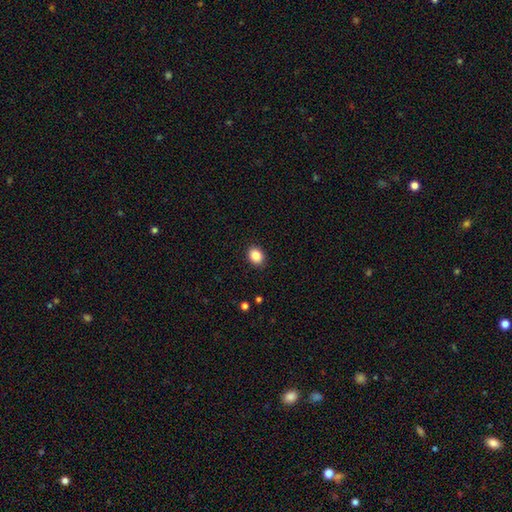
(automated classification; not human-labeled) This is clearly a smooth galaxy (87%). How rounded: possibly in between (59%). Merging: clearly none (90%).